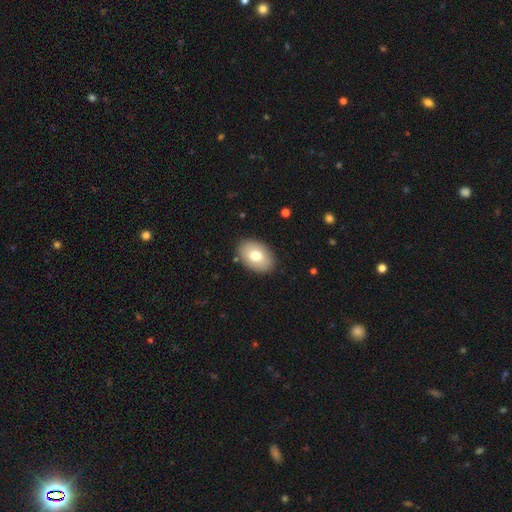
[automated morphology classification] Smooth or featured: smooth — 75% (featured or disk — 18%)
How rounded: in between — 87% (round — 12%)
Merging: none — 88% (minor disturbance — 9%)